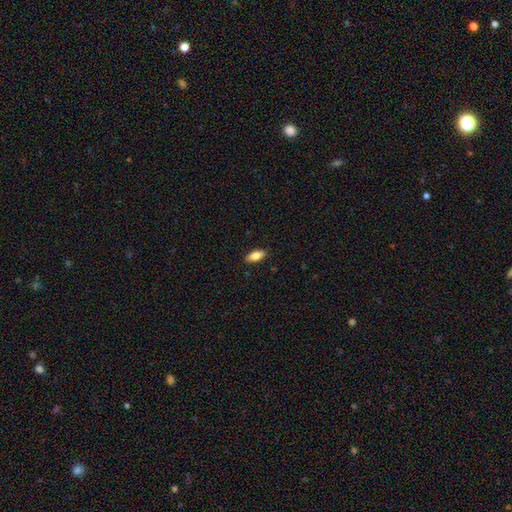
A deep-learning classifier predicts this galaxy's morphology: Smooth or featured?
  - smooth: 80% *
  - featured or disk: 14%
  - star or artifact: 7%
How rounded?
  - in between: 86% *
  - cigar-shaped: 11%
  - round: 2%
Merging?
  - none: 89% *
  - minor disturbance: 8%
  - major disturbance: 2%
  - merger: 1%